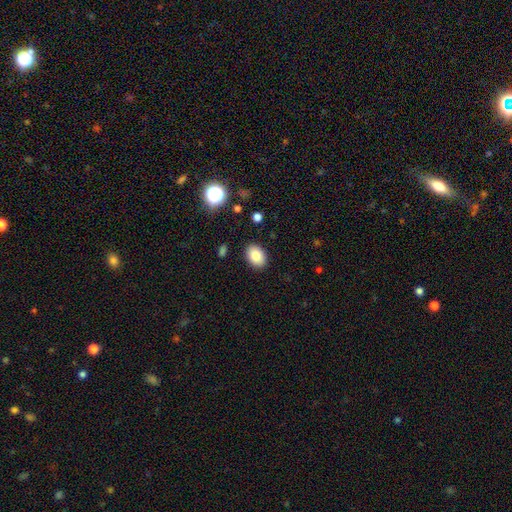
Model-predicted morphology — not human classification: smooth 83%, star or artifact 9%, featured or disk 8%. Down the decision tree: how rounded — in between (78%); merging — none (89%).